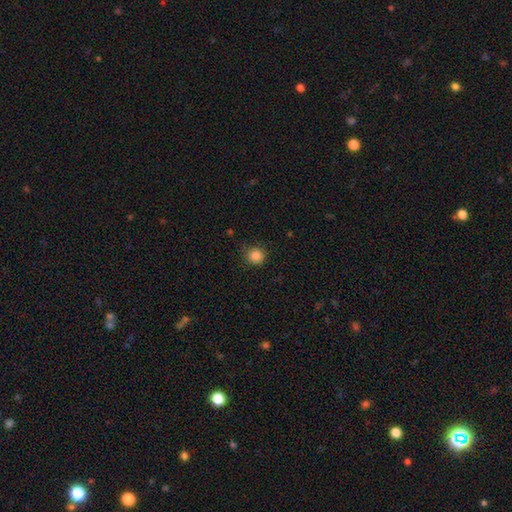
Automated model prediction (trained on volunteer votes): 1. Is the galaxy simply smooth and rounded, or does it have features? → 85% smooth, 11% star or artifact, 4% featured or disk.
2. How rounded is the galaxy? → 92% round, 7% in between, 1% cigar-shaped.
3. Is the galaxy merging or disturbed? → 85% none, 11% minor disturbance, 3% major disturbance, 1% merger.